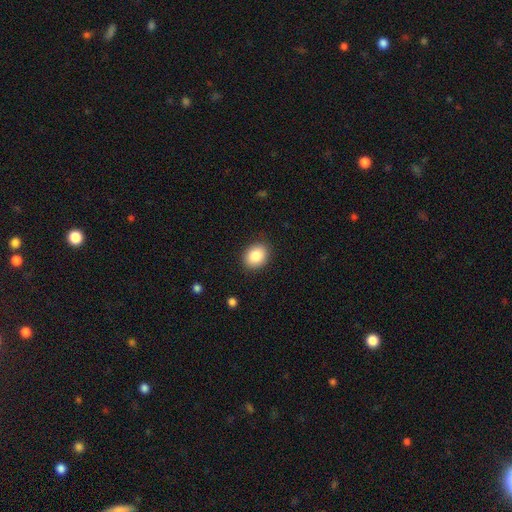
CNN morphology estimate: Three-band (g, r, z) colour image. It shows a smooth galaxy with no disk features (87%) that is in between round and cigar-shaped (54%). Merging: none (88%).